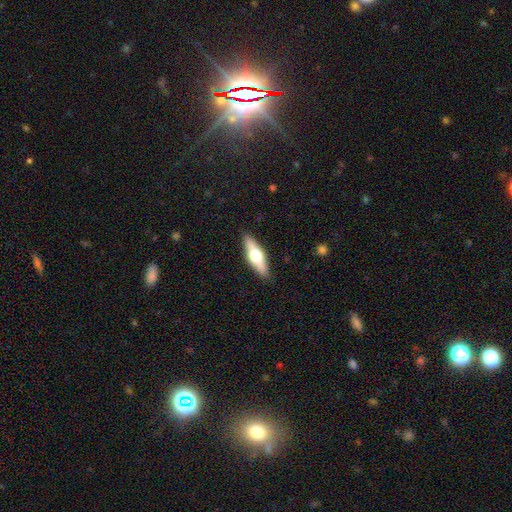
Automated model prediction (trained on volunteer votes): A featured or disk galaxy (52%) viewed edge-on (93%).

Vote fractions:
- Smooth or featured? featured or disk: 52% / smooth: 43% / star or artifact: 6%
- Edge-on disk? yes: 93% / no: 7%
- Merging? none: 89% / minor disturbance: 8% / major disturbance: 2% / merger: 1%